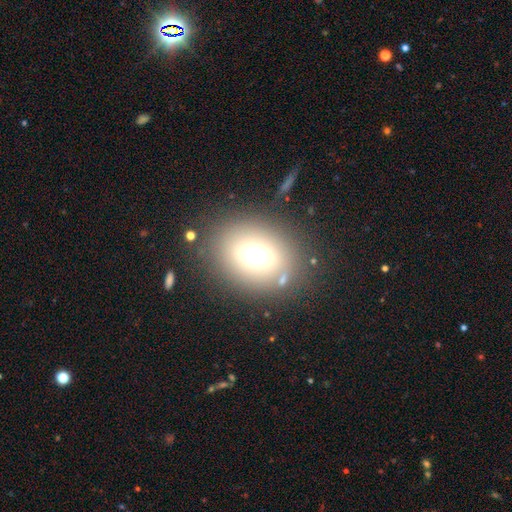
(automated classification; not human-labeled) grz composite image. It shows a smooth galaxy with no disk features (61%) that is round (55%). Merging: none (80%).